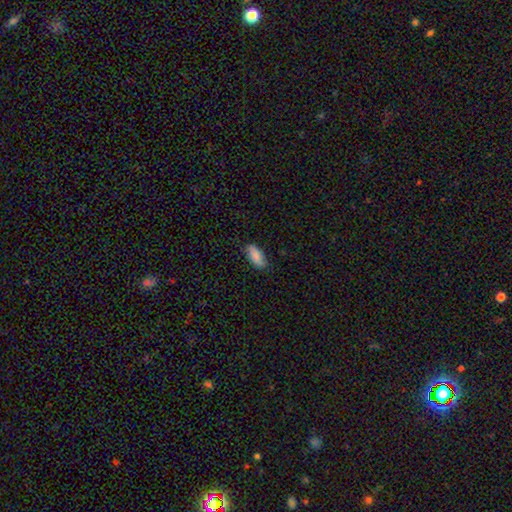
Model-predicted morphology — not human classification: This appears to be a smooth galaxy with no disk features (86%) that is in between round and cigar-shaped (86%). Merging: none (81%).